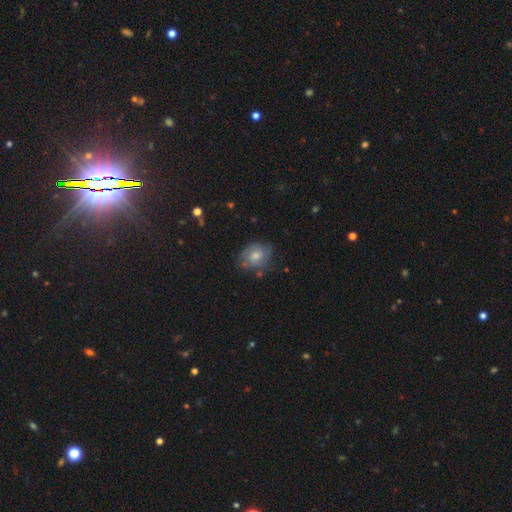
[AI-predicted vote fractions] Smooth or featured?
  - smooth: 57% *
  - featured or disk: 34%
  - star or artifact: 9%
How rounded?
  - in between: 54% *
  - round: 45%
  - cigar-shaped: 1%
Merging?
  - none: 62% *
  - minor disturbance: 26%
  - major disturbance: 9%
  - merger: 3%